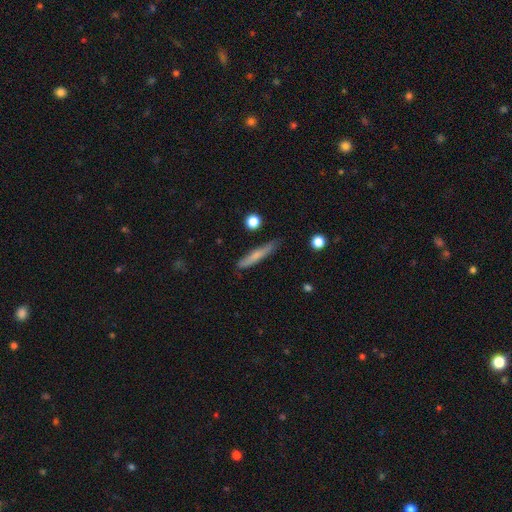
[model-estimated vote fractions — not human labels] A smooth galaxy with no disk features (62%) that is cigar-shaped (92%).

Vote fractions:
- Smooth or featured? smooth: 62% / featured or disk: 31% / star or artifact: 7%
- How rounded? cigar-shaped: 92% / in between: 6% / round: 2%
- Merging? none: 78% / minor disturbance: 16% / major disturbance: 3% / merger: 2%